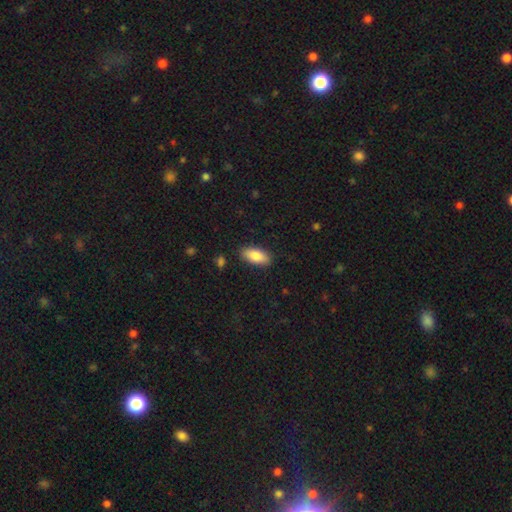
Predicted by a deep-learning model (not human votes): This is clearly a smooth galaxy (85%). How rounded: clearly in between (88%). Merging: clearly none (87%).